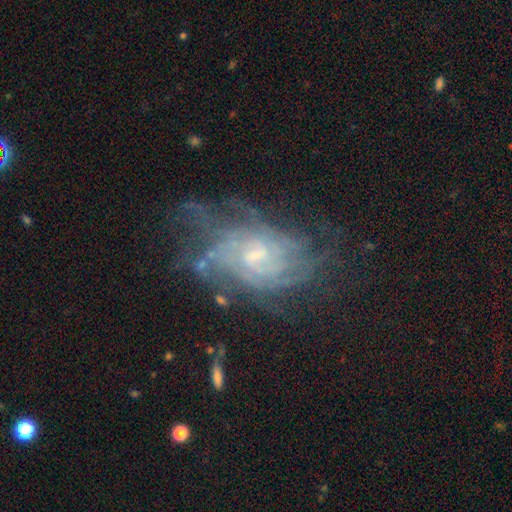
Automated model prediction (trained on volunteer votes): A featured or disk galaxy (78%) with no bar (54%), tight (61%) spiral arms (87%) and a small central bulge (54%).

Vote fractions:
- Smooth or featured? featured or disk: 78% / smooth: 11% / star or artifact: 11%
- Edge-on disk? no: 96% / yes: 4%
- Bar? no: 54% / weak: 38% / strong: 7%
- Spiral arms? yes: 87% / no: 13%
- Spiral winding? tight: 61% / medium: 29% / loose: 10%
- Spiral arm count? can't tell: 56% / 4: 11% / 2: 10% / 3: 9% / more than 4: 8% / 1: 5%
- Bulge size? small: 54% / moderate: 36% / none: 6% / large: 3% / dominant: 1%
- Merging? none: 57% / minor disturbance: 22% / major disturbance: 18% / merger: 3%